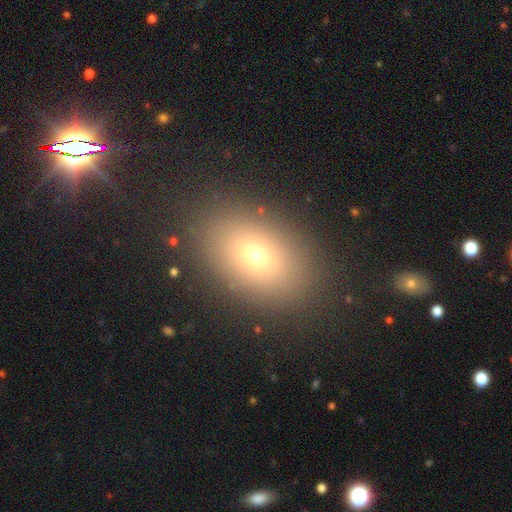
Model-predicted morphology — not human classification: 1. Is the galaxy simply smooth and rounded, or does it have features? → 70% smooth, 17% star or artifact, 14% featured or disk.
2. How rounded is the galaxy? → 73% in between, 26% round, 2% cigar-shaped.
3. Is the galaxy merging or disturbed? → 86% none, 8% minor disturbance, 4% major disturbance, 2% merger.